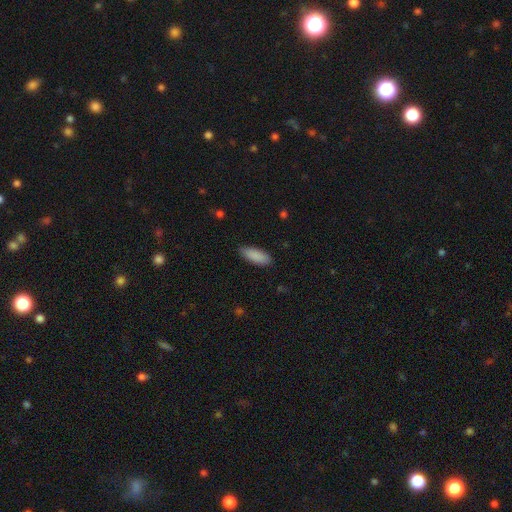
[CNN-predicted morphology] Overall: smooth (90%). How rounded: in between (75%). Merging: none (86%).